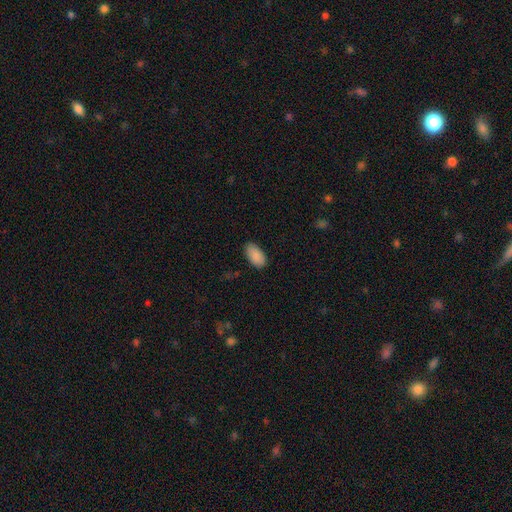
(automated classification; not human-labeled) Smooth or featured? Predicted: smooth (p=0.90). How rounded? Predicted: in between (p=0.95). Merging? Predicted: none (p=0.83).